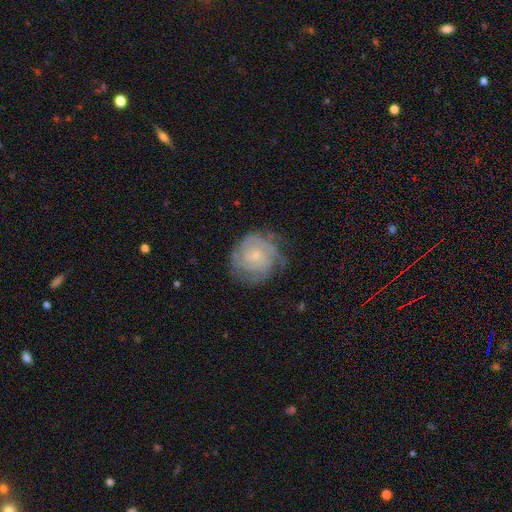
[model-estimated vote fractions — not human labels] A featured or disk galaxy (73%) with no bar (75%), tight (68%) spiral arms (92%) and a small central bulge (77%). Merging: none (65%).